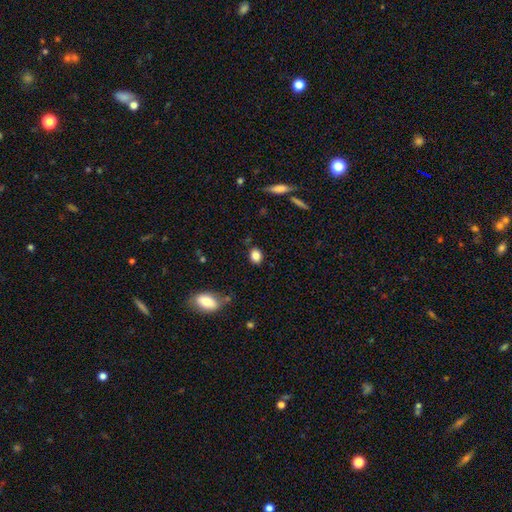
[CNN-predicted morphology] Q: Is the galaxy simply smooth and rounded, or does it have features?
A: smooth — 84%.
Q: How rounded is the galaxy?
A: in between — 69%.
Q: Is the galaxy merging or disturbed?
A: none — 84%.